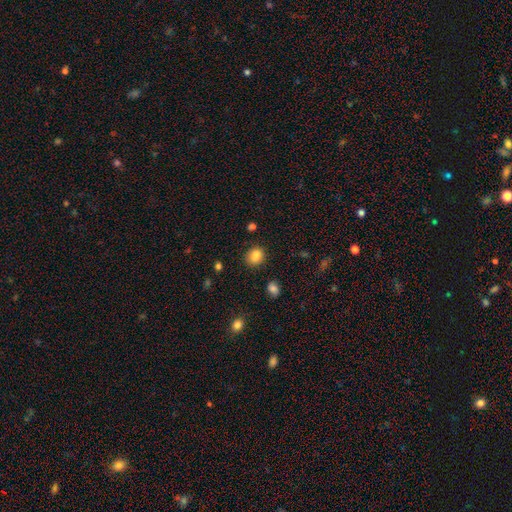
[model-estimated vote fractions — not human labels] The model was most divided on "how rounded": round: 61%, in between: 38%, cigar-shaped: 1%. More confident: smooth or featured — smooth (84%); merging — none (77%).